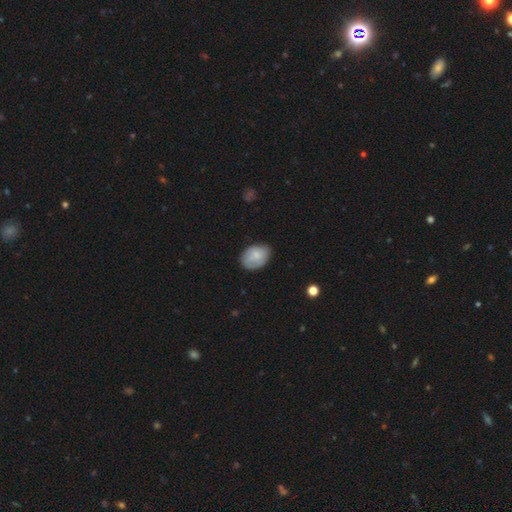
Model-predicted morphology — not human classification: smooth 73%, featured or disk 20%, star or artifact 7%. Down the decision tree: how rounded — in between (78%); merging — none (73%).